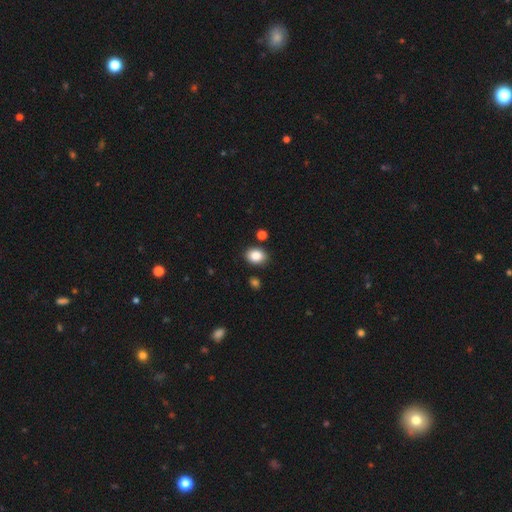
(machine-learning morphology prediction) smooth_or_featured: smooth (p=0.86) [alt: star or artifact p=0.09]
how_rounded: in between (p=0.56) [alt: round p=0.43]
merging: none (p=0.83) [alt: minor disturbance p=0.10]